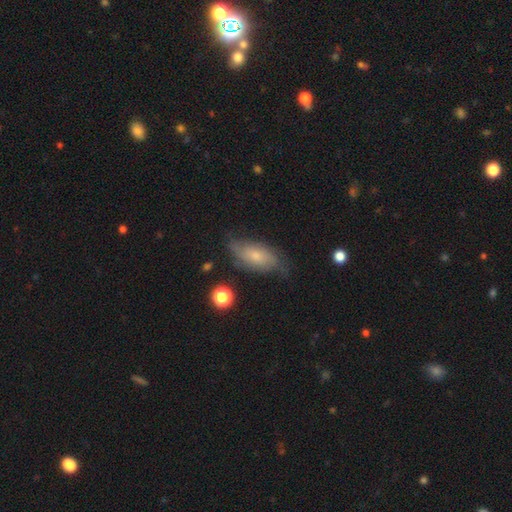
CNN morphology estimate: The model was most divided on "smooth or featured": smooth: 48%, featured or disk: 45%, star or artifact: 8%. More confident: merging — none (61%).